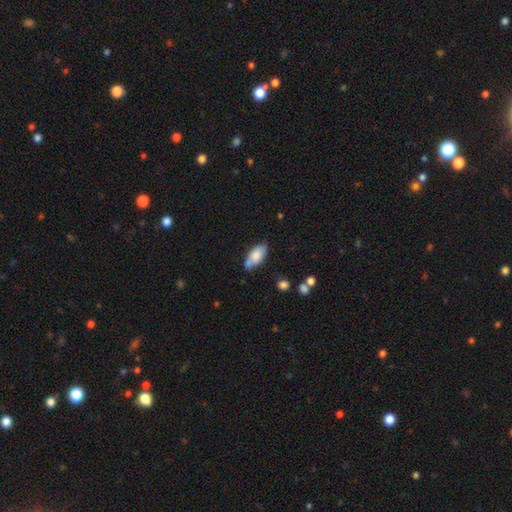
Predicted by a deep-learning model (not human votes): This is likely a smooth galaxy (78%). How rounded: clearly in between (89%). Merging: likely none (61%).